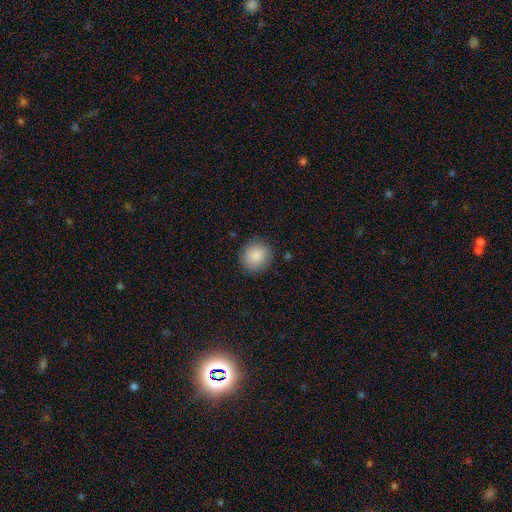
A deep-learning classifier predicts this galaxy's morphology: Smooth or featured?
  - smooth: 88% *
  - star or artifact: 7%
  - featured or disk: 5%
How rounded?
  - round: 87% *
  - in between: 12%
  - cigar-shaped: 1%
Merging?
  - none: 87% *
  - minor disturbance: 9%
  - major disturbance: 3%
  - merger: 1%